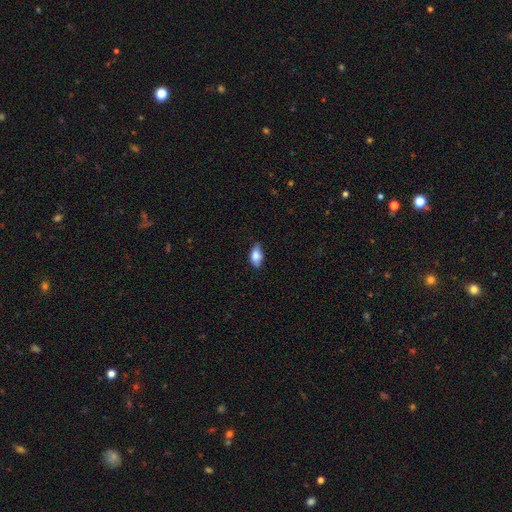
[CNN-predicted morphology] smooth_or_featured: smooth (p=0.75) [alt: featured or disk p=0.17]
how_rounded: in between (p=0.86) [alt: cigar-shaped p=0.09]
merging: none (p=0.74) [alt: minor disturbance p=0.21]